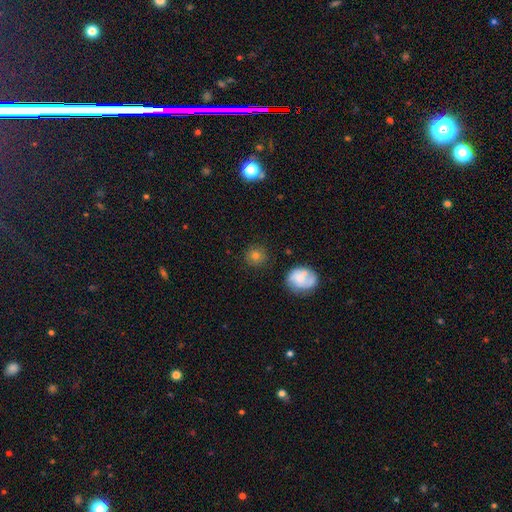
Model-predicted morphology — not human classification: A smooth galaxy with no disk features (73%) that is round (92%). Merging: none (85%).